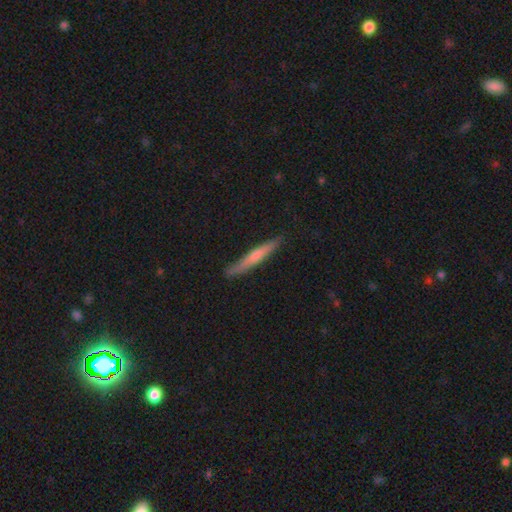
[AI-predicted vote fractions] smooth-or-featured: smooth: 53% | featured or disk: 42% | star or artifact: 6%
  how-rounded: cigar-shaped: 95% | in between: 4% | round: 1%
  merging: none: 86% | minor disturbance: 11% | major disturbance: 2% | merger: 1%